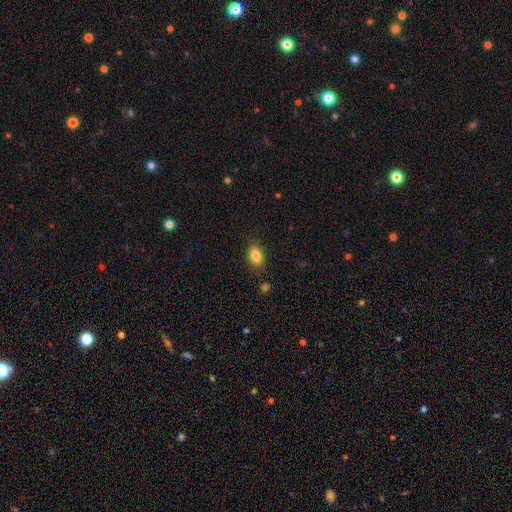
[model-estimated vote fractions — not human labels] smooth 84%, star or artifact 9%, featured or disk 8%. Down the decision tree: how rounded — in between (86%); merging — none (85%).